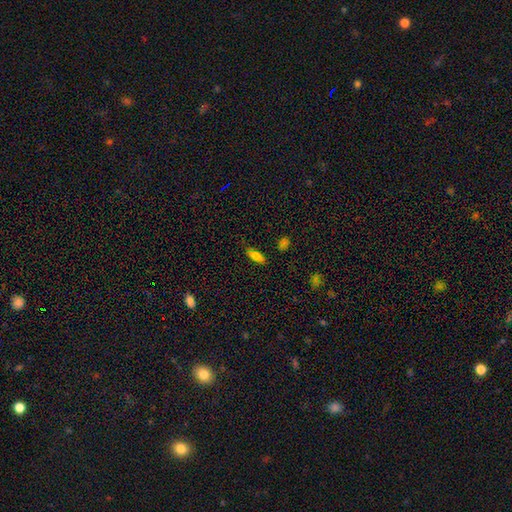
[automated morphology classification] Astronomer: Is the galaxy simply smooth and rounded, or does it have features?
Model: smooth — 77%.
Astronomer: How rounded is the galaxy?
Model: in between — 79%.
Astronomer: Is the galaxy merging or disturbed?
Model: none — 80%.